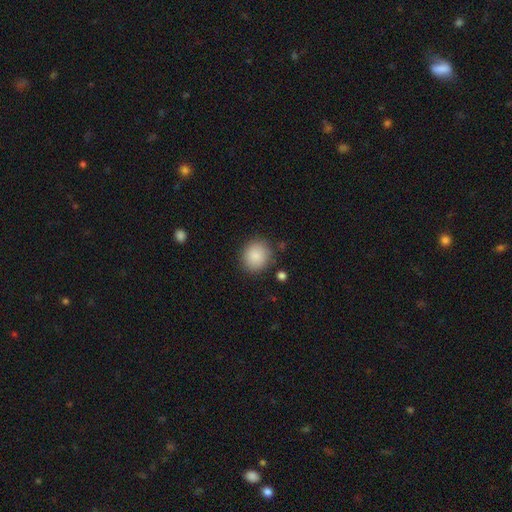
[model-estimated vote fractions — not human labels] This is clearly a smooth galaxy (87%). How rounded: clearly round (83%). Merging: clearly none (85%).